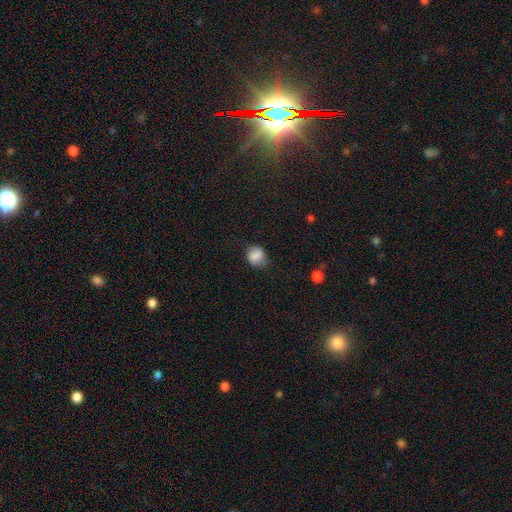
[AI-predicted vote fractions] Smooth or featured? smooth (83%)
How rounded? round (72%)
Merging? none (68%)